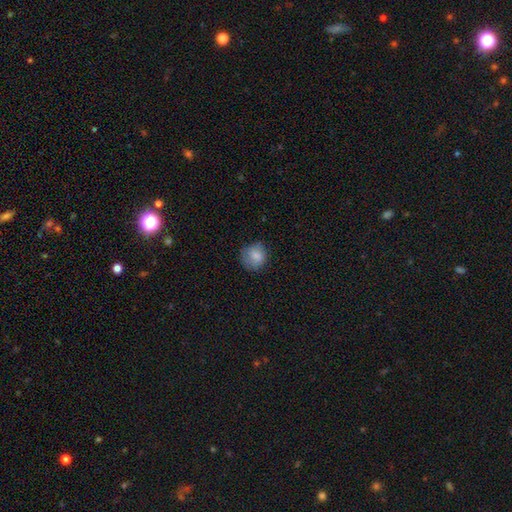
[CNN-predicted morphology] A smooth galaxy with no disk features (83%) that is round (86%).

Vote fractions:
- Smooth or featured? smooth: 83% / featured or disk: 9% / star or artifact: 8%
- How rounded? round: 86% / in between: 13% / cigar-shaped: 1%
- Merging? none: 76% / minor disturbance: 18% / major disturbance: 5% / merger: 1%